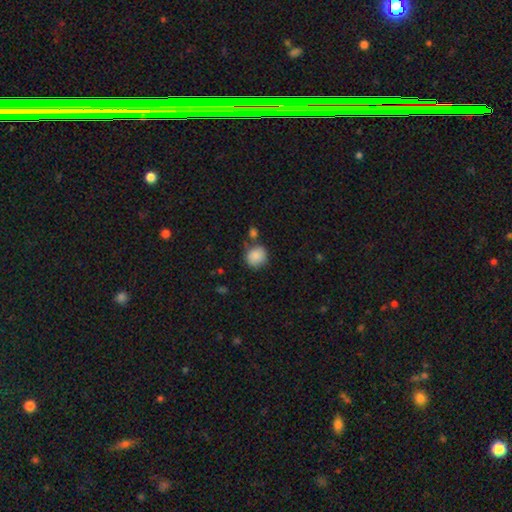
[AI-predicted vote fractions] smooth-or-featured: smooth: 88% | star or artifact: 8% | featured or disk: 4%
  how-rounded: round: 83% | in between: 16% | cigar-shaped: 1%
  merging: none: 69% | minor disturbance: 15% | merger: 11% | major disturbance: 5%